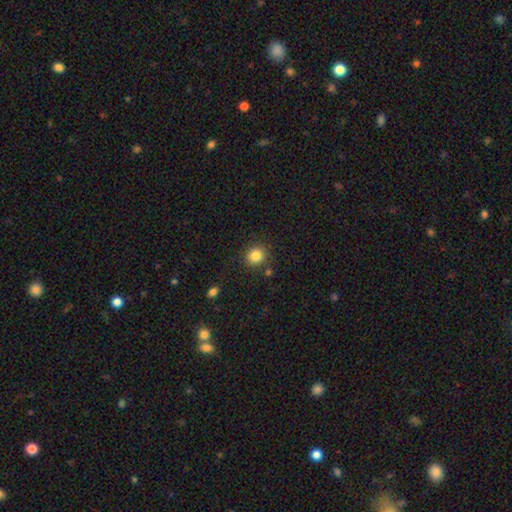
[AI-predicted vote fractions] Overall: smooth (84%). How rounded: round (85%). Merging: none (85%).